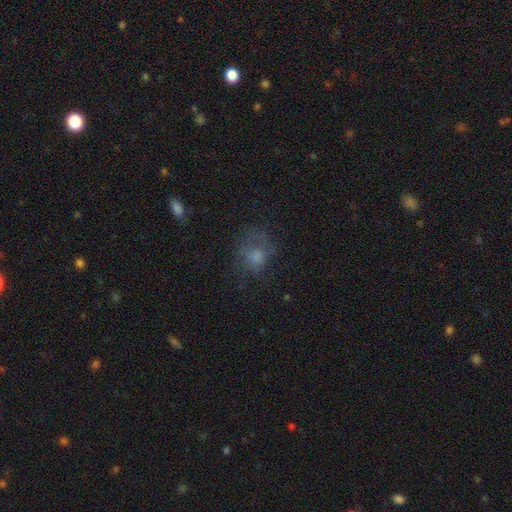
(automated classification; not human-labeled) A smooth galaxy with no disk features (59%) that is round (65%).

Vote fractions:
- Smooth or featured? smooth: 59% / featured or disk: 23% / star or artifact: 18%
- How rounded? round: 65% / in between: 34% / cigar-shaped: 1%
- Merging? none: 55% / major disturbance: 22% / minor disturbance: 21% / merger: 2%